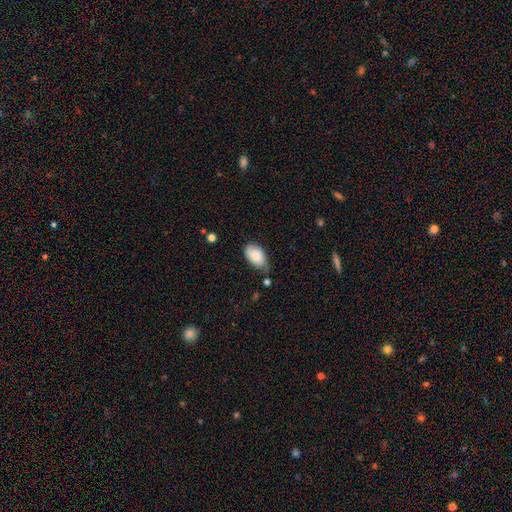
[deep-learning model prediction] Q: Smooth or featured?
A: smooth (80%); runner-up: featured or disk (13%)
Q: How rounded?
A: in between (93%); runner-up: round (6%)
Q: Merging?
A: none (48%); runner-up: minor disturbance (39%)